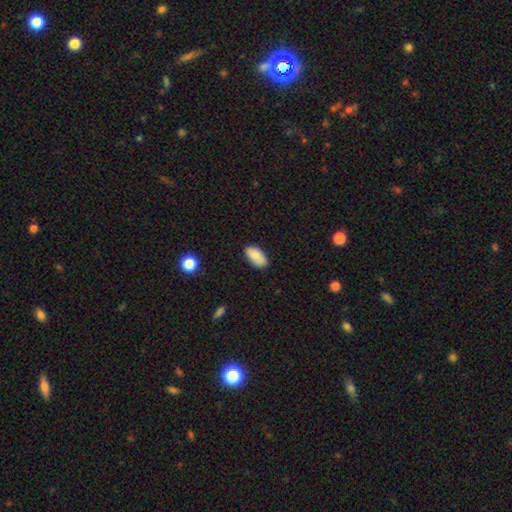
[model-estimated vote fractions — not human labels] smooth-or-featured: smooth: 82% | featured or disk: 10% | star or artifact: 7%
  how-rounded: in between: 94% | round: 3% | cigar-shaped: 3%
  merging: none: 82% | minor disturbance: 14% | major disturbance: 2% | merger: 1%